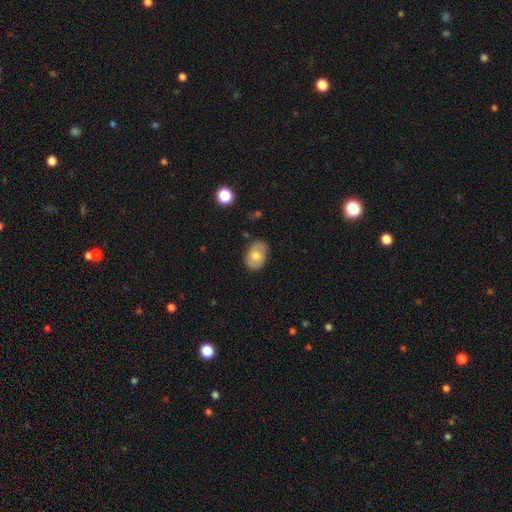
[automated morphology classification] A smooth galaxy with no disk features (63%) that is in between round and cigar-shaped (77%).

Vote fractions:
- Smooth or featured? smooth: 63% / featured or disk: 30% / star or artifact: 7%
- How rounded? in between: 77% / round: 22% / cigar-shaped: 1%
- Merging? none: 79% / minor disturbance: 16% / major disturbance: 3% / merger: 1%